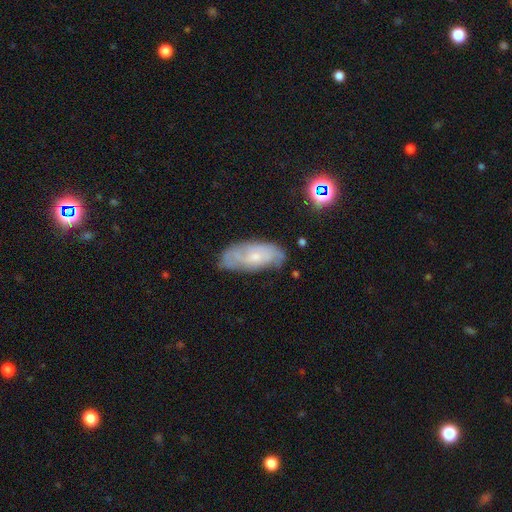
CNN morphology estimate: Smooth or featured? Predicted: featured or disk (p=0.61). Edge-on disk? Predicted: no (p=0.89). Bar? Predicted: no (p=0.72). Spiral arms? Predicted: yes (p=0.79). Bulge size? Predicted: small (p=0.61). Merging? Predicted: none (p=0.66).